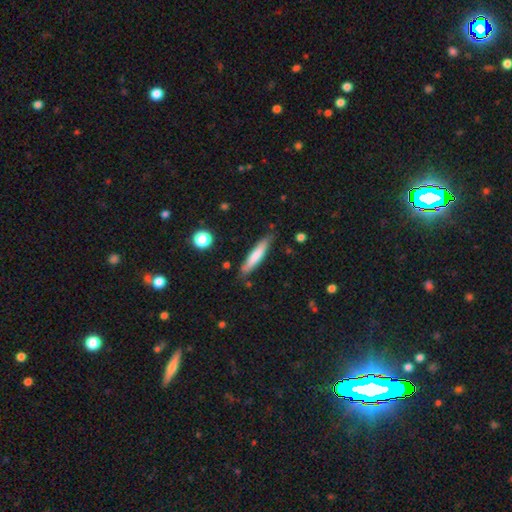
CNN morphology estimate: smooth-or-featured: smooth: 71% | featured or disk: 24% | star or artifact: 6%
  how-rounded: cigar-shaped: 88% | in between: 11% | round: 1%
  merging: none: 81% | minor disturbance: 14% | major disturbance: 2% | merger: 2%